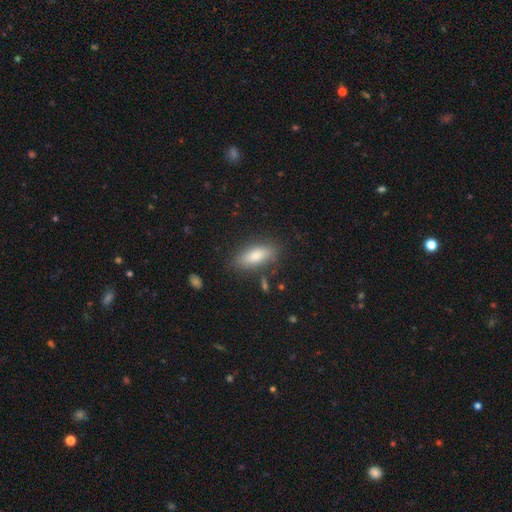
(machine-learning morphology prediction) smooth_or_featured: smooth (p=0.79) [alt: featured or disk p=0.14]
how_rounded: in between (p=0.75) [alt: cigar-shaped p=0.23]
merging: none (p=0.80) [alt: minor disturbance p=0.13]